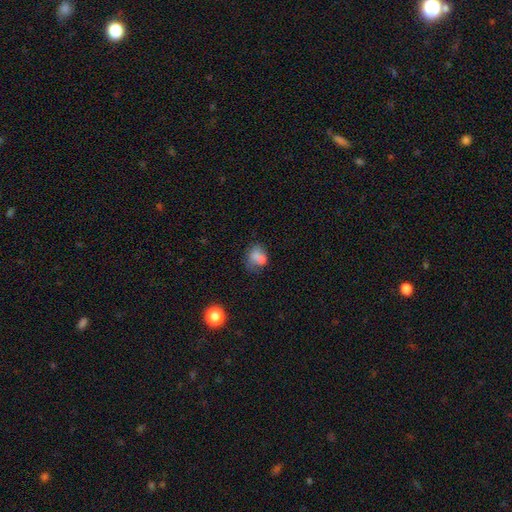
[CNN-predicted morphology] smooth_or_featured: smooth (p=0.70) [alt: featured or disk p=0.17]
how_rounded: round (p=0.50) [alt: in between p=0.48]
merging: none (p=0.39) [alt: merger p=0.29]